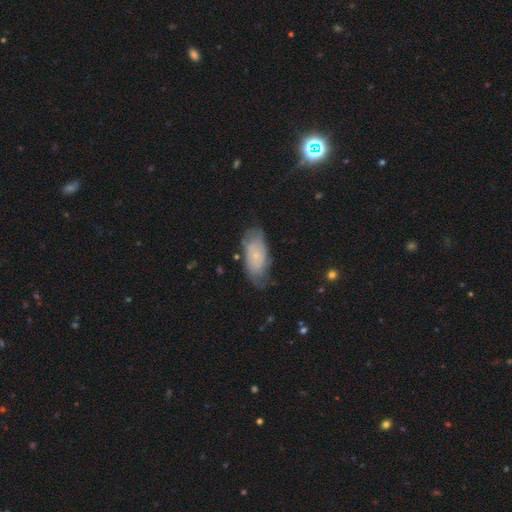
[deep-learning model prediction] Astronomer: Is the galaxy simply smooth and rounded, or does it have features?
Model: smooth — 49% (runner-up: featured or disk, 44%).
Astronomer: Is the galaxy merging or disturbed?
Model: none — 61%.